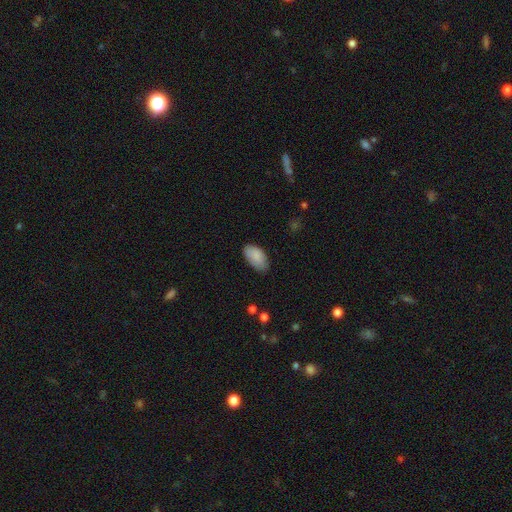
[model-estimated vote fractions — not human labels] Smooth or featured: smooth — 86% (featured or disk — 7%)
How rounded: in between — 95% (round — 3%)
Merging: none — 72% (minor disturbance — 23%)